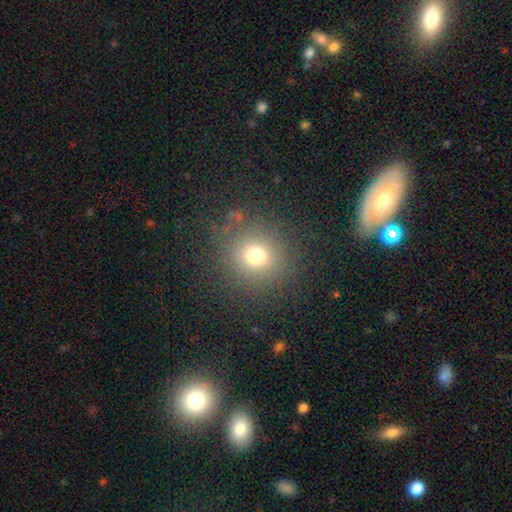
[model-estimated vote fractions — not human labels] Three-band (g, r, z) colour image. It shows a smooth galaxy with no disk features (72%) that is round (90%). Merging: none (83%).